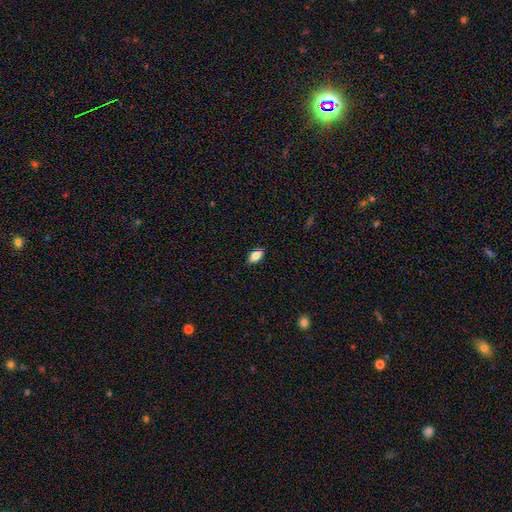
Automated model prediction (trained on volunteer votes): This is clearly a smooth galaxy (82%). How rounded: clearly in between (89%). Merging: clearly none (88%).